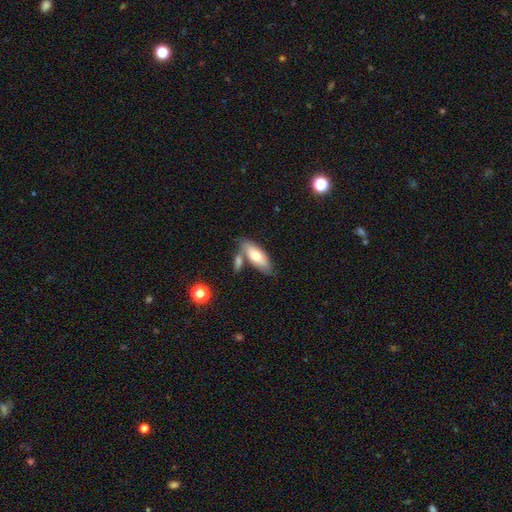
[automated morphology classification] Smooth or featured: smooth — 67% (featured or disk — 26%)
How rounded: in between — 79% (cigar-shaped — 19%)
Merging: none — 56% (merger — 25%)